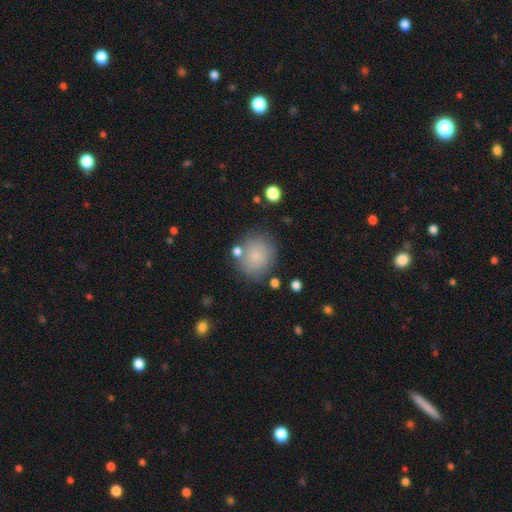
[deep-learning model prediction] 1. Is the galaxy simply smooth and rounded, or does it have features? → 80% smooth, 10% featured or disk, 10% star or artifact.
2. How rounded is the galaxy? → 83% round, 16% in between, 1% cigar-shaped.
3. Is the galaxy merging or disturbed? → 75% none, 14% minor disturbance, 6% merger, 5% major disturbance.